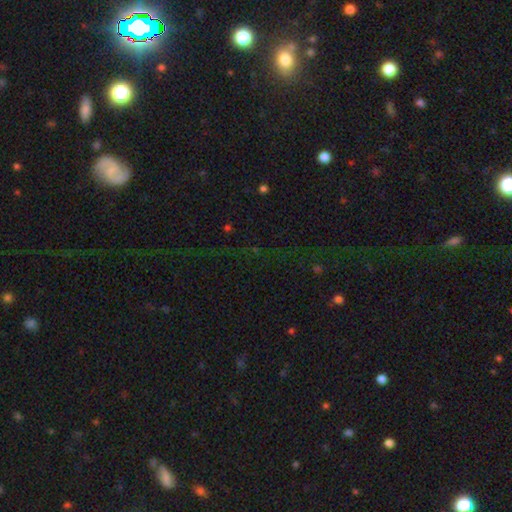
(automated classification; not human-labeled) This appears to be a star or artifact, not a galaxy (67%).